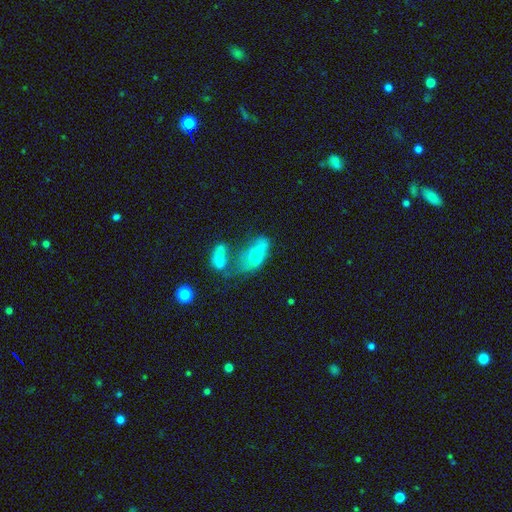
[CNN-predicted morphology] type=smooth (66%); roundness=in between (85%); merging=merger (46%).